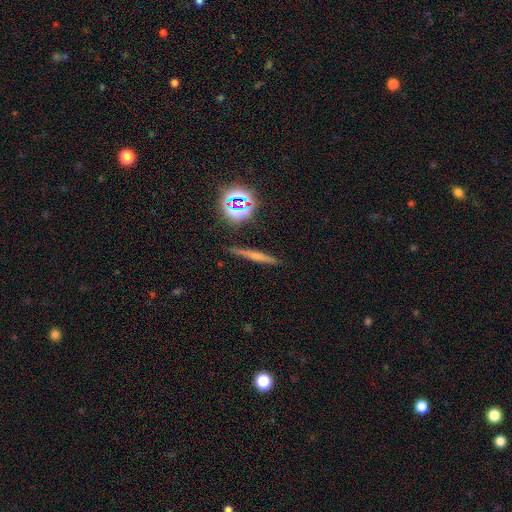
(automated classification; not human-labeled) Smooth or featured?
  - smooth: 50% *
  - featured or disk: 32%
  - star or artifact: 18%
How rounded?
  - cigar-shaped: 87% *
  - round: 6%
  - in between: 6%
Merging?
  - none: 85% *
  - minor disturbance: 10%
  - major disturbance: 3%
  - merger: 2%